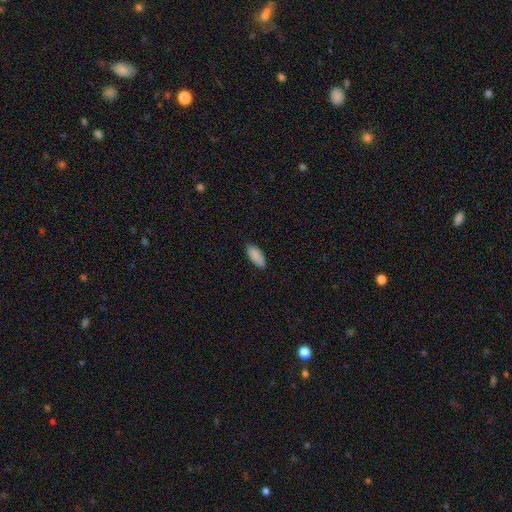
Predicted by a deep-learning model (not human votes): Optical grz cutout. It shows a smooth galaxy with no disk features (89%) that is in between round and cigar-shaped (84%). Merging: none (85%).